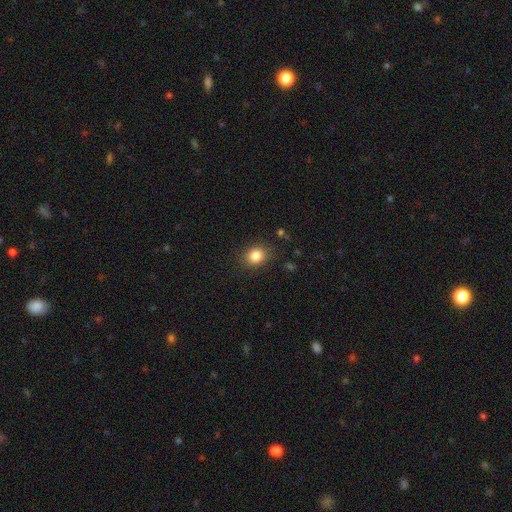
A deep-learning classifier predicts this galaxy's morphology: Q: Smooth or featured?
A: smooth (84%); runner-up: star or artifact (11%)
Q: How rounded?
A: round (62%); runner-up: in between (37%)
Q: Merging?
A: none (86%); runner-up: minor disturbance (9%)